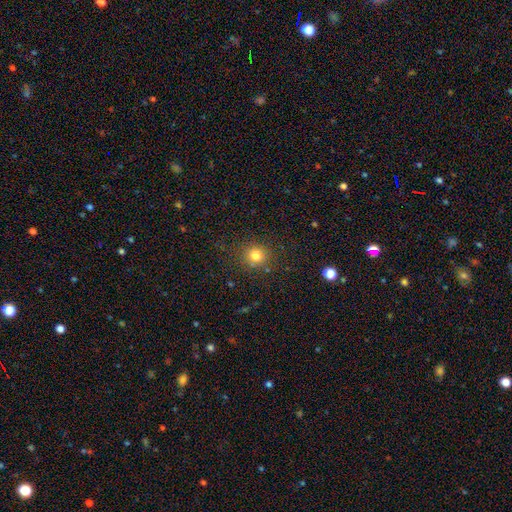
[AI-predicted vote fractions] A smooth galaxy with no disk features (78%) that is round (86%).

Vote fractions:
- Smooth or featured? smooth: 78% / star or artifact: 15% / featured or disk: 7%
- How rounded? round: 86% / in between: 13% / cigar-shaped: 1%
- Merging? none: 83% / minor disturbance: 10% / major disturbance: 4% / merger: 3%